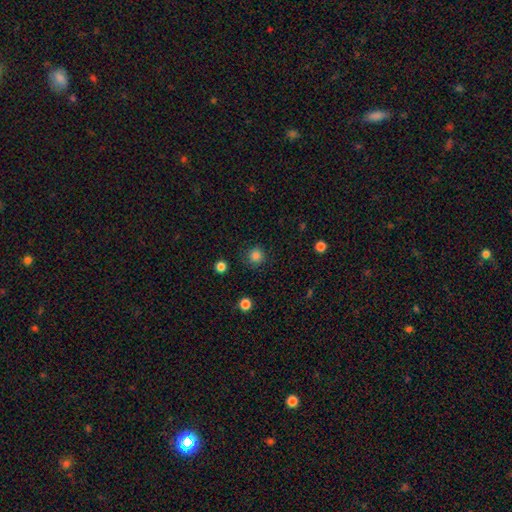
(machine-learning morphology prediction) Smooth or featured: smooth — 83% (star or artifact — 13%)
How rounded: round — 94% (in between — 5%)
Merging: none — 87% (minor disturbance — 8%)